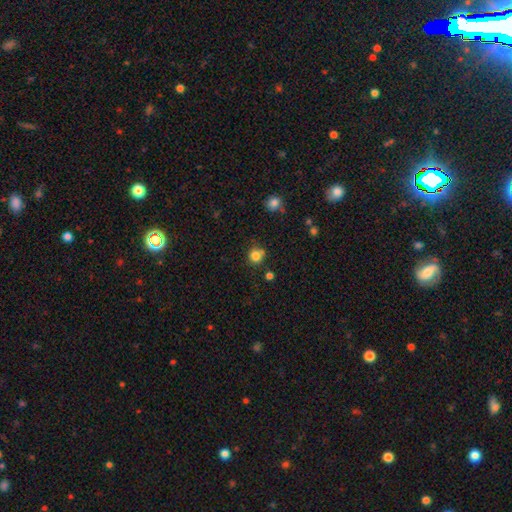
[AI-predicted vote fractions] smooth_or_featured: smooth (p=0.81) [alt: star or artifact p=0.13]
how_rounded: round (p=0.89) [alt: in between p=0.10]
merging: none (p=0.68) [alt: merger p=0.16]